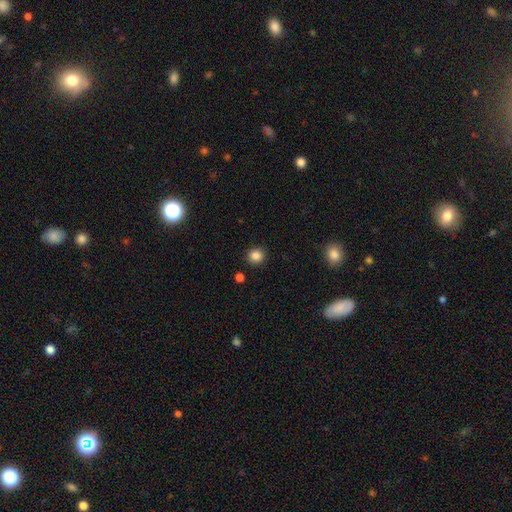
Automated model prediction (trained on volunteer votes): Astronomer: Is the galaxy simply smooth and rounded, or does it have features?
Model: smooth — 85%.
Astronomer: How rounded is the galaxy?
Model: round — 90%.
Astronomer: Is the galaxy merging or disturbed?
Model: none — 91%.